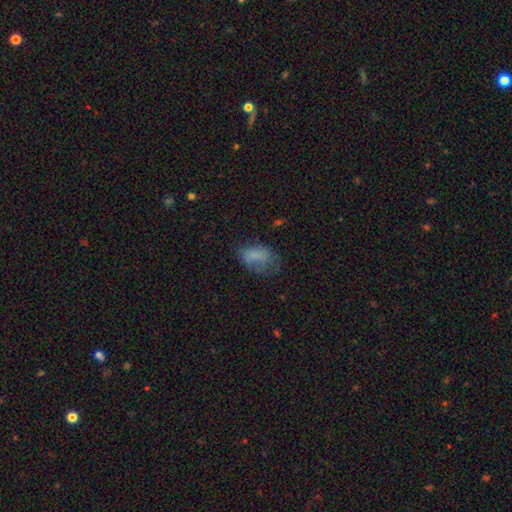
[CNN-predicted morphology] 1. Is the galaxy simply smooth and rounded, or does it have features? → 72% smooth, 16% featured or disk, 13% star or artifact.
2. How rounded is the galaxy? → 86% in between, 12% round, 2% cigar-shaped.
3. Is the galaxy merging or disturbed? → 43% none, 29% minor disturbance, 26% major disturbance, 3% merger.